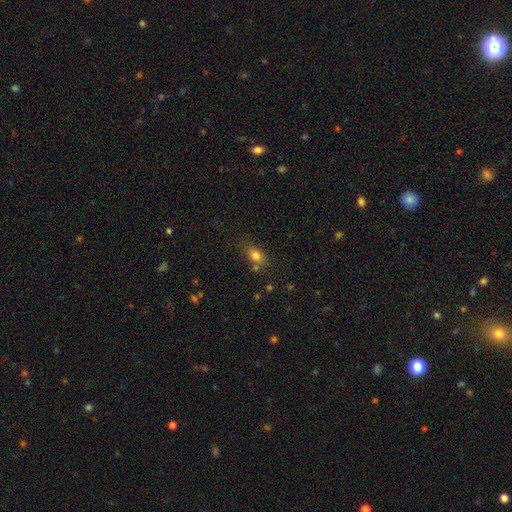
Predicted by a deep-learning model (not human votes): This is likely a smooth galaxy (80%). How rounded: likely in between (76%). Merging: likely none (66%).